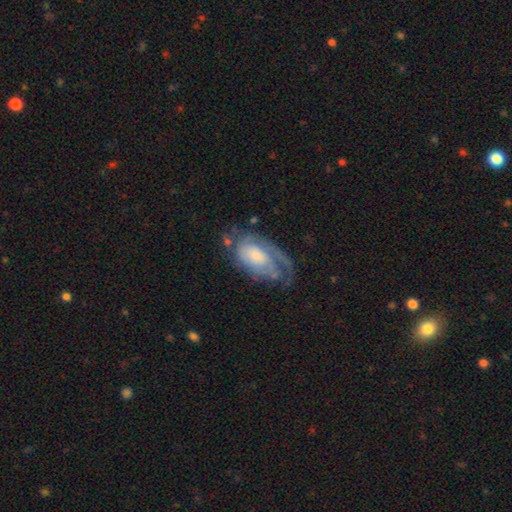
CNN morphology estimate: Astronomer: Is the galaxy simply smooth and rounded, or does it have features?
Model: featured or disk — 72%.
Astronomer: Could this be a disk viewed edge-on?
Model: no — 95%.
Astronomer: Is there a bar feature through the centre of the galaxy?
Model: no — 71%.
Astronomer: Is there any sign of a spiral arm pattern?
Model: yes — 84%.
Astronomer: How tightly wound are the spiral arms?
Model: tight — 54% (runner-up: medium, 32%).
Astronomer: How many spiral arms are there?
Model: can't tell — 36% (runner-up: 1, 27%).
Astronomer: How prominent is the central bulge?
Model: moderate — 41% (runner-up: small, 36%).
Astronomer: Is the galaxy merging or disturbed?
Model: none — 51%.